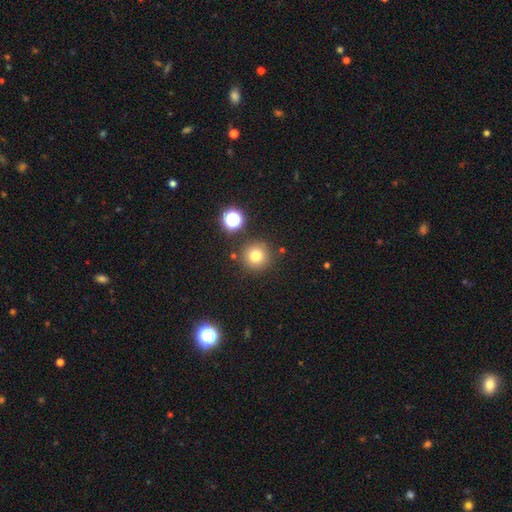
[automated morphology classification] Q: Smooth or featured?
A: smooth (77%); runner-up: star or artifact (15%)
Q: How rounded?
A: round (95%); runner-up: in between (4%)
Q: Merging?
A: none (85%); runner-up: minor disturbance (7%)